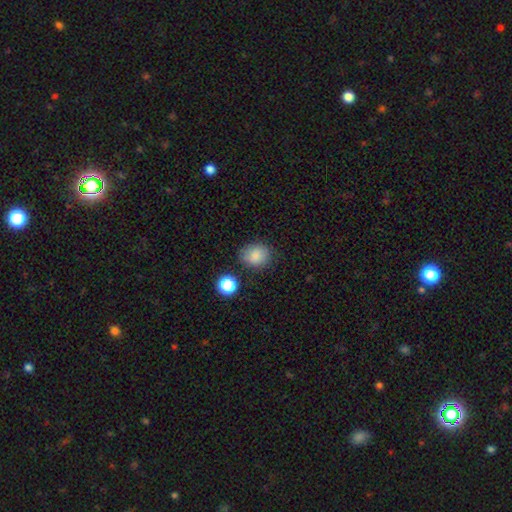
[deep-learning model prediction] smooth-or-featured: smooth: 85% | star or artifact: 10% | featured or disk: 5%
  how-rounded: round: 53% | in between: 46% | cigar-shaped: 1%
  merging: none: 77% | minor disturbance: 15% | major disturbance: 4% | merger: 4%